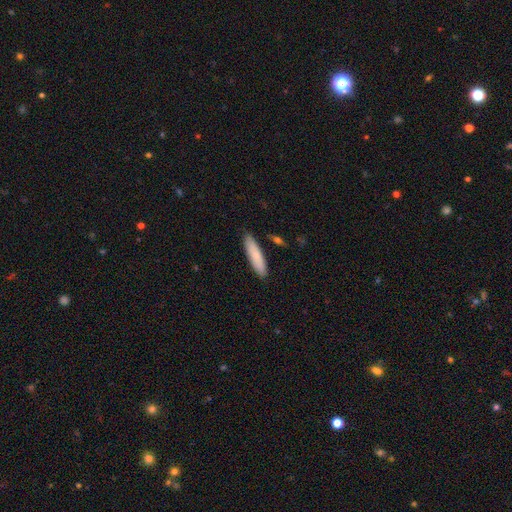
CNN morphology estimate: Q: Smooth or featured?
A: smooth (82%); runner-up: featured or disk (13%)
Q: How rounded?
A: cigar-shaped (75%); runner-up: in between (24%)
Q: Merging?
A: none (88%); runner-up: minor disturbance (9%)